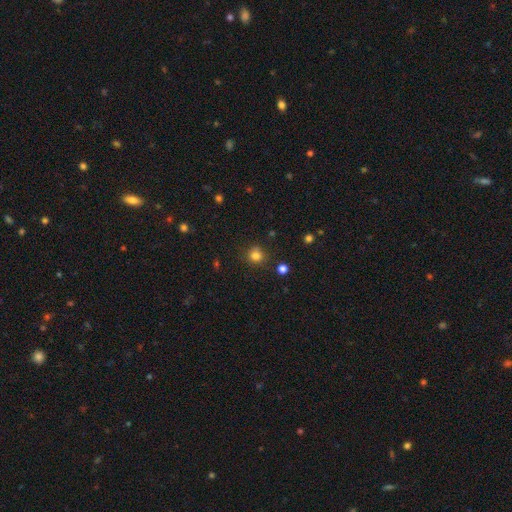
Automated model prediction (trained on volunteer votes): Smooth or featured: smooth — 80% (star or artifact — 15%)
How rounded: round — 90% (in between — 9%)
Merging: none — 83% (minor disturbance — 10%)